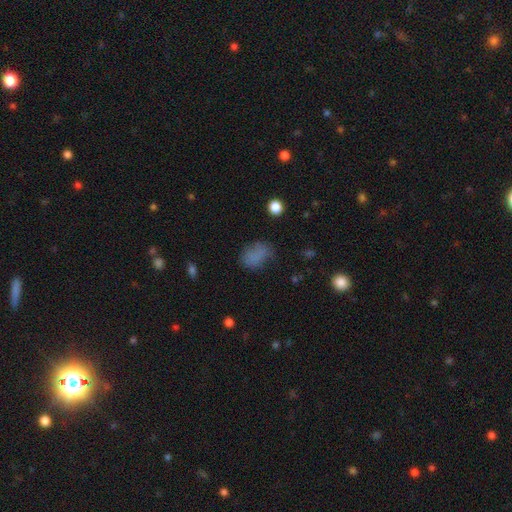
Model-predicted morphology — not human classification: Smooth or featured?
  - smooth: 75% *
  - star or artifact: 15%
  - featured or disk: 10%
How rounded?
  - in between: 76% *
  - round: 22%
  - cigar-shaped: 2%
Merging?
  - none: 56% *
  - minor disturbance: 26%
  - major disturbance: 15%
  - merger: 3%